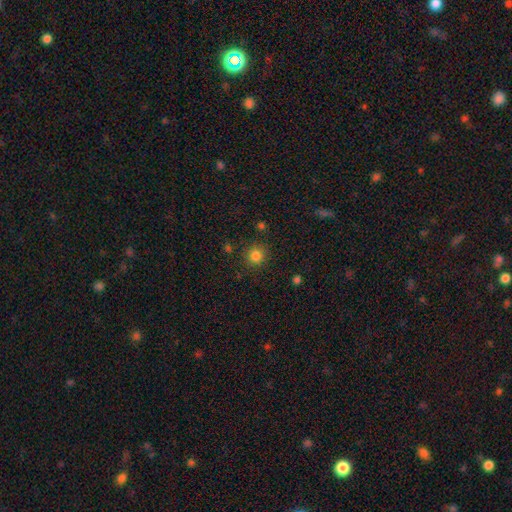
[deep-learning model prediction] Smooth or featured?
  - smooth: 82% *
  - star or artifact: 13%
  - featured or disk: 5%
How rounded?
  - round: 91% *
  - in between: 8%
  - cigar-shaped: 1%
Merging?
  - none: 87% *
  - minor disturbance: 8%
  - major disturbance: 3%
  - merger: 2%